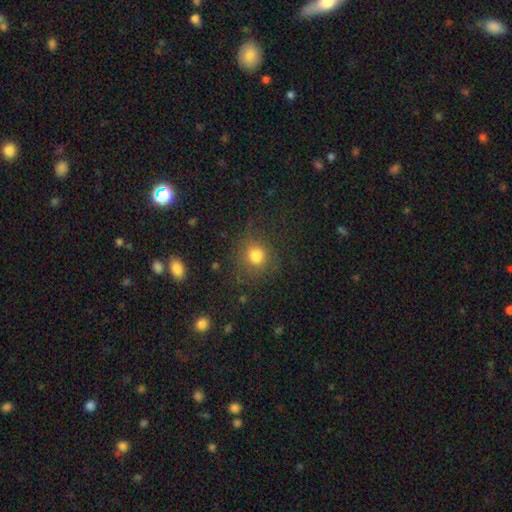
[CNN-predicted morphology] Smooth or featured?
  - smooth: 77% *
  - star or artifact: 14%
  - featured or disk: 9%
How rounded?
  - round: 85% *
  - in between: 14%
  - cigar-shaped: 1%
Merging?
  - none: 78% *
  - minor disturbance: 13%
  - major disturbance: 7%
  - merger: 2%